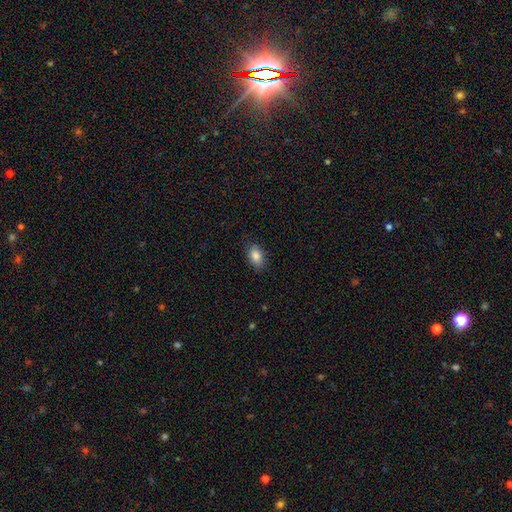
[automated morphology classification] The model was most divided on "merging": none: 85%, minor disturbance: 12%, major disturbance: 3%, merger: 1%. More confident: how rounded — in between (89%); smooth or featured — smooth (86%).